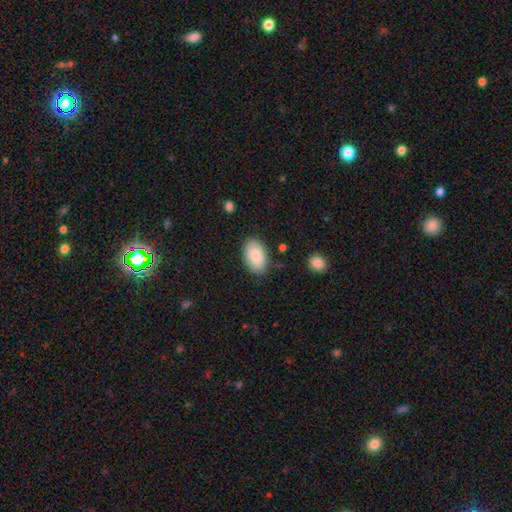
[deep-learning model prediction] Smooth or featured? smooth (86%)
How rounded? in between (93%)
Merging? none (84%)